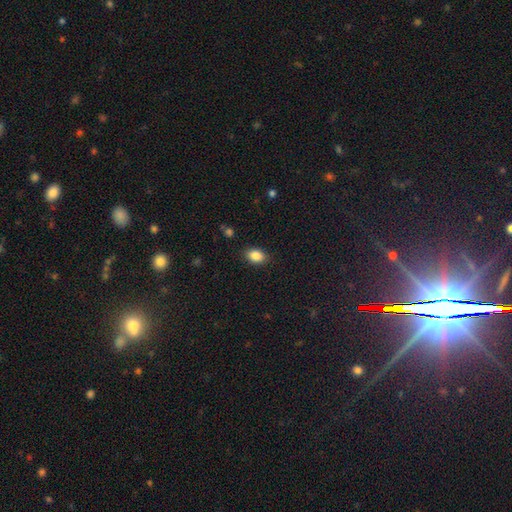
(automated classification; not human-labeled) The model was most divided on "how rounded": in between: 82%, round: 17%, cigar-shaped: 1%. More confident: merging — none (87%); smooth or featured — smooth (87%).